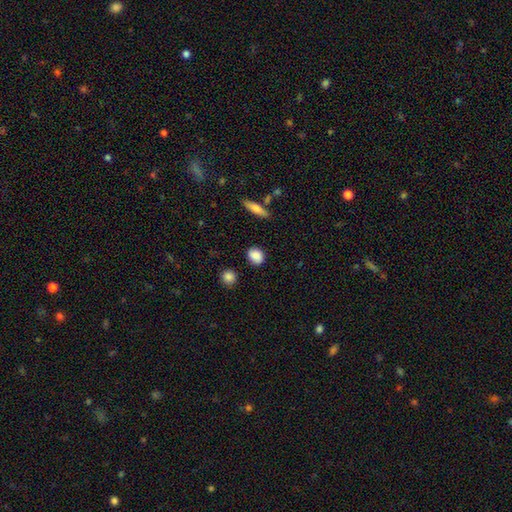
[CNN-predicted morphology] type=smooth (86%); roundness=round (58%); merging=none (84%).